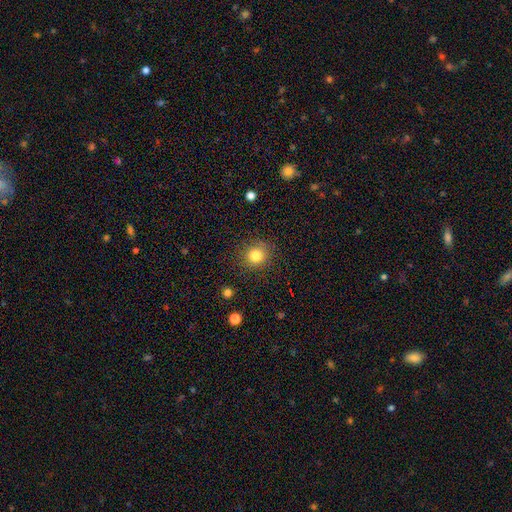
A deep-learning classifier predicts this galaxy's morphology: smooth_or_featured: smooth (p=0.82) [alt: star or artifact p=0.12]
how_rounded: round (p=0.89) [alt: in between p=0.10]
merging: none (p=0.87) [alt: minor disturbance p=0.09]